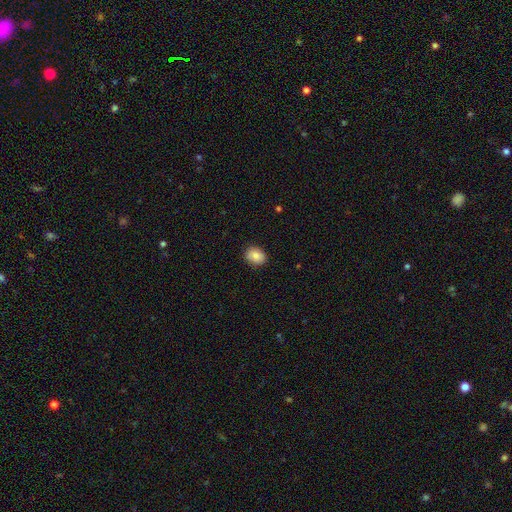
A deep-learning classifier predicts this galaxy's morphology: Smooth or featured: smooth — 84% (star or artifact — 8%)
How rounded: in between — 52% (round — 47%)
Merging: none — 88% (minor disturbance — 9%)